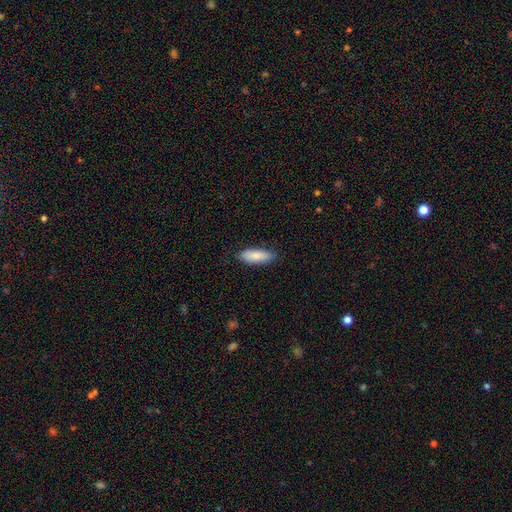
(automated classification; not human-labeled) This is clearly a smooth galaxy (82%). How rounded: likely in between (65%). Merging: clearly none (80%).